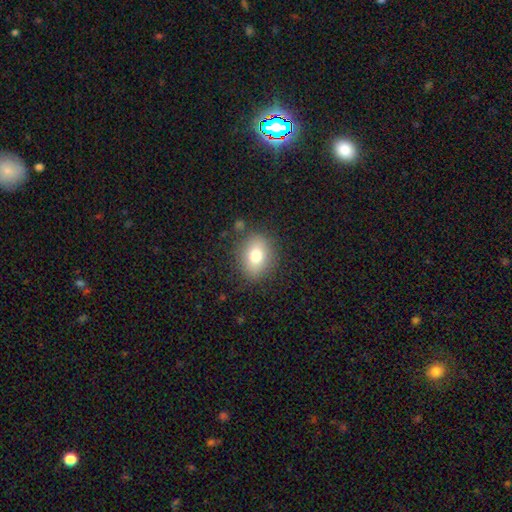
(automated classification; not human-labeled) Q: Smooth or featured?
A: smooth (75%); runner-up: featured or disk (15%)
Q: How rounded?
A: in between (52%); runner-up: round (47%)
Q: Merging?
A: none (84%); runner-up: minor disturbance (11%)